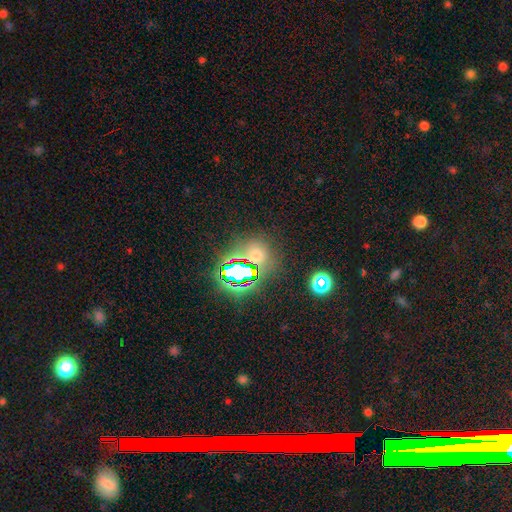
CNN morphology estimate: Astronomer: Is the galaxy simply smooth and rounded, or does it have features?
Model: star or artifact — 51% (runner-up: smooth, 39%).